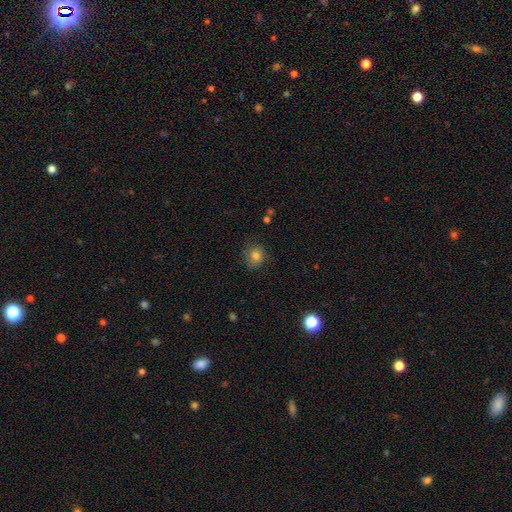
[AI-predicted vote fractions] smooth-or-featured: smooth: 78% | star or artifact: 11% | featured or disk: 10%
  how-rounded: round: 77% | in between: 22% | cigar-shaped: 1%
  merging: none: 77% | minor disturbance: 17% | major disturbance: 4% | merger: 1%